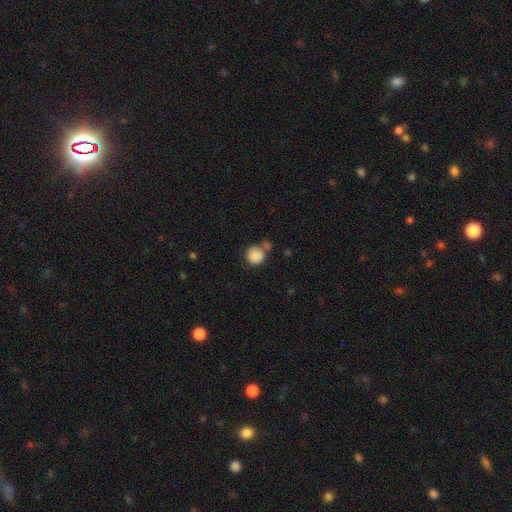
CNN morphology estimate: smooth 88%, star or artifact 8%, featured or disk 4%. Down the decision tree: how rounded — round (90%); merging — none (59%).